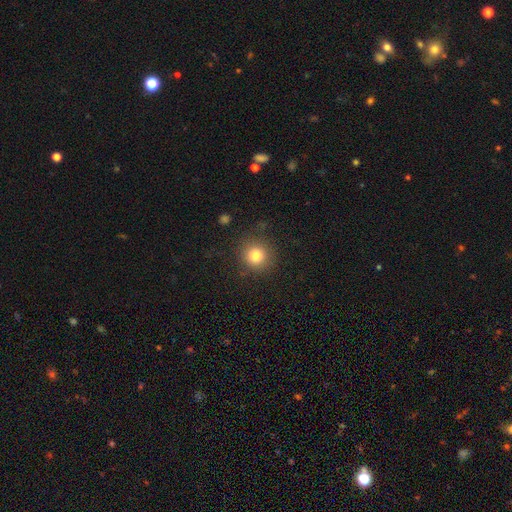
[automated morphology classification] Smooth or featured? Predicted: smooth (p=0.81). How rounded? Predicted: round (p=0.93). Merging? Predicted: none (p=0.87).